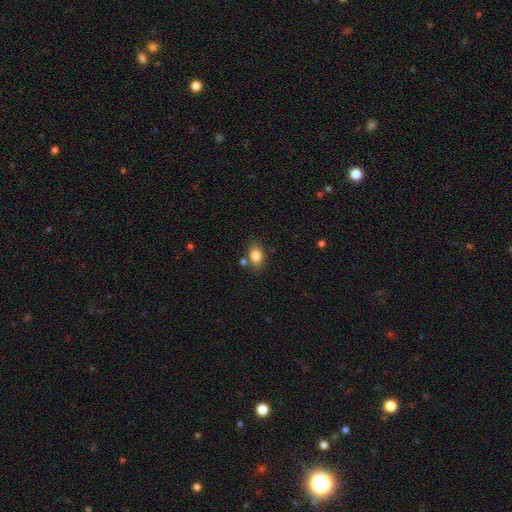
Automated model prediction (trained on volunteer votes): A smooth galaxy with no disk features (84%) that is in between round and cigar-shaped (77%). Merging: none (73%).